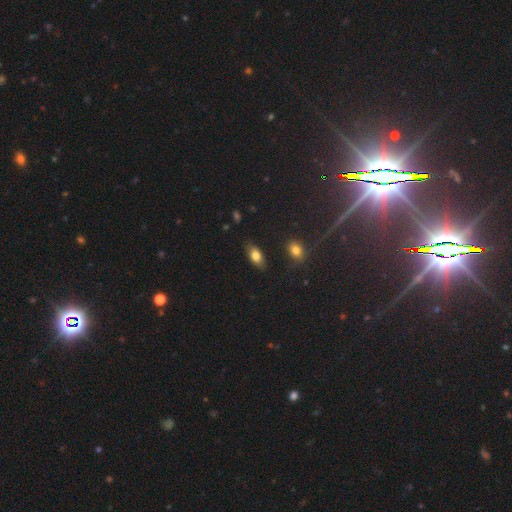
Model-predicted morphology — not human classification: Smooth or featured: smooth — 78% (featured or disk — 14%)
How rounded: in between — 87% (cigar-shaped — 9%)
Merging: none — 81% (minor disturbance — 14%)